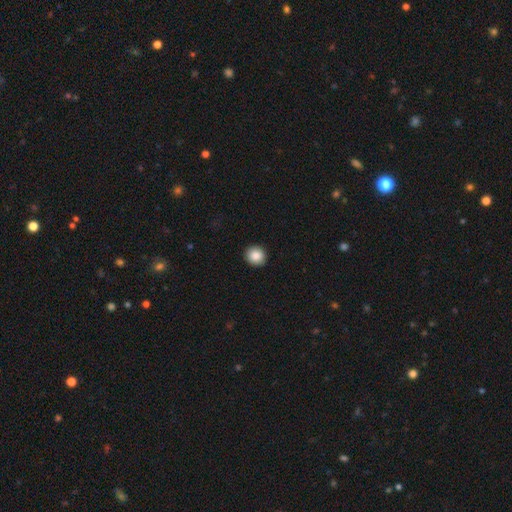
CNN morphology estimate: Q: Smooth or featured?
A: smooth (87%); runner-up: star or artifact (8%)
Q: How rounded?
A: round (86%); runner-up: in between (14%)
Q: Merging?
A: none (92%); runner-up: minor disturbance (5%)